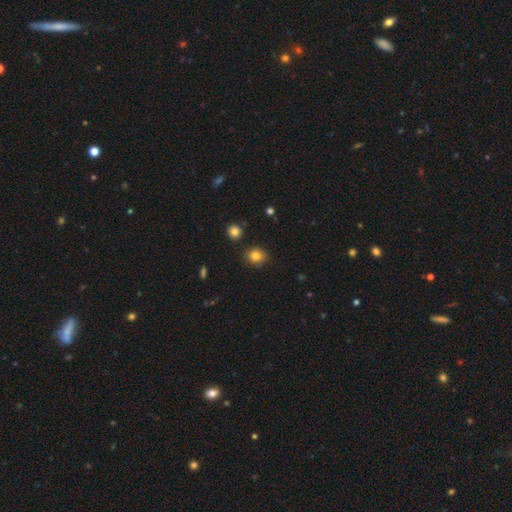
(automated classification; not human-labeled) A smooth galaxy with no disk features (82%) that is round (80%). Merging: none (87%).